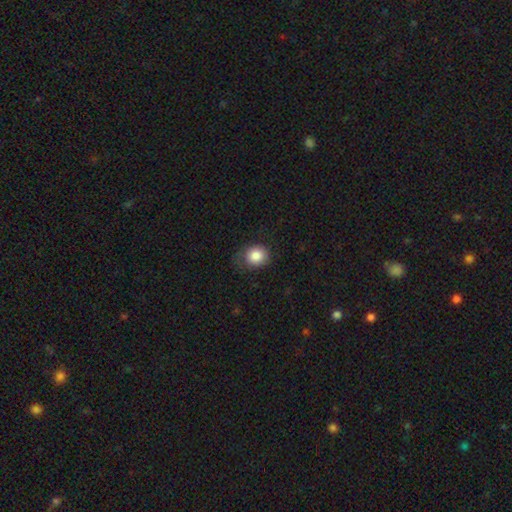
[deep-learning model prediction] Overall: smooth (84%). How rounded: round (62%; in between 37%). Merging: none (64%; minor disturbance 25%).